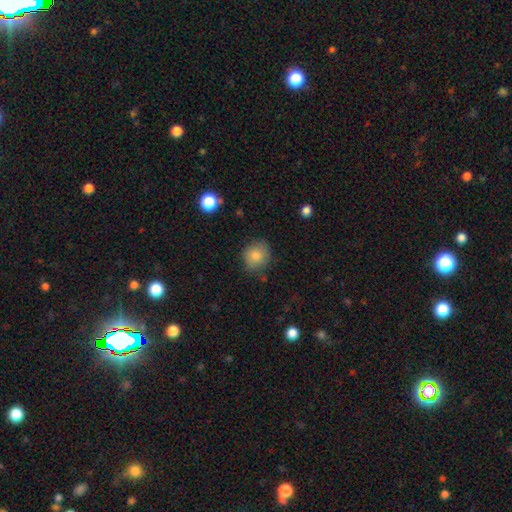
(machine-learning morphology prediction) The model was most divided on "merging": none: 79%, minor disturbance: 16%, major disturbance: 3%, merger: 2%. More confident: how rounded — round (84%); smooth or featured — smooth (83%).